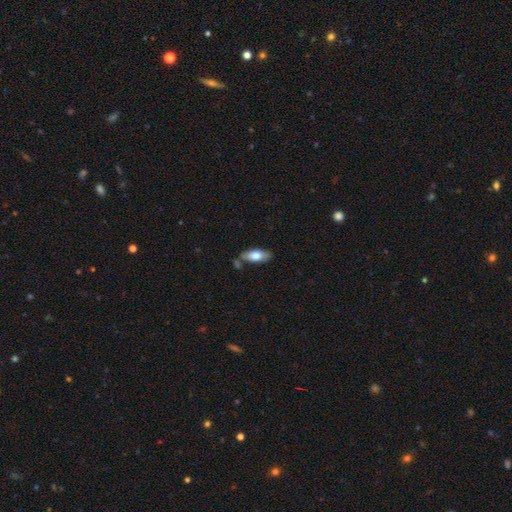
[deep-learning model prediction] smooth 65%, featured or disk 30%, star or artifact 6%. Down the decision tree: how rounded — in between (76%); merging — none (69%).